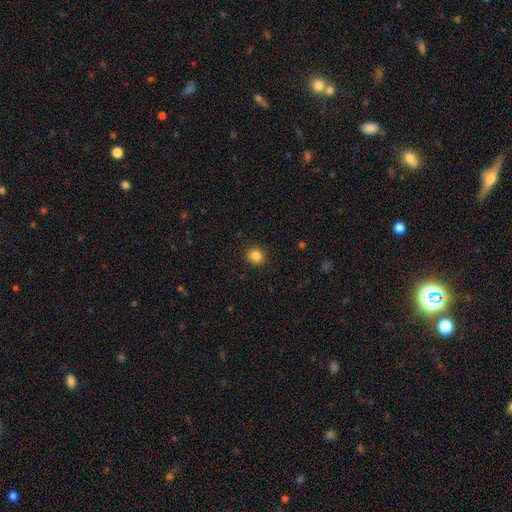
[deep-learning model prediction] This appears to be a smooth galaxy with no disk features (85%) that is round (88%). Merging: none (91%).